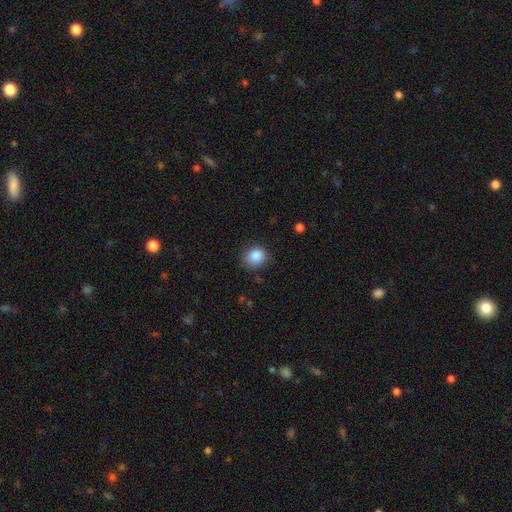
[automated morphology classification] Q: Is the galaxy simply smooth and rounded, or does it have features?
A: smooth — 86%.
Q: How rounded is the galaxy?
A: round — 81%.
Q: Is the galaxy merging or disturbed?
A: none — 83%.